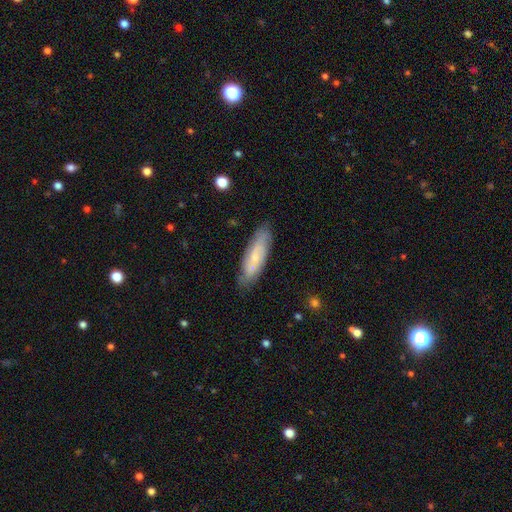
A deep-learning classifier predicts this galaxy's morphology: Smooth or featured? Predicted: smooth (p=0.47). Merging? Predicted: none (p=0.79).